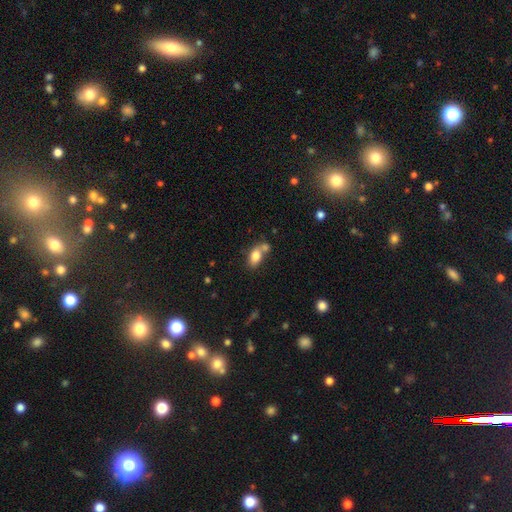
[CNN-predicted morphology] Smooth or featured? smooth (79%)
How rounded? in between (85%)
Merging? none (42%)